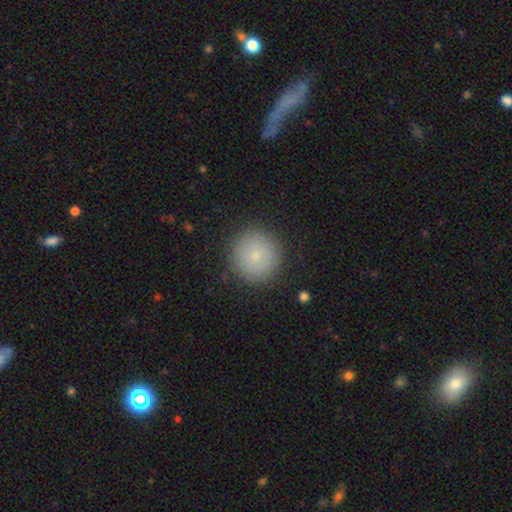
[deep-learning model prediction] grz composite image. It shows a smooth galaxy with no disk features (83%) that is round (95%). Merging: none (89%).